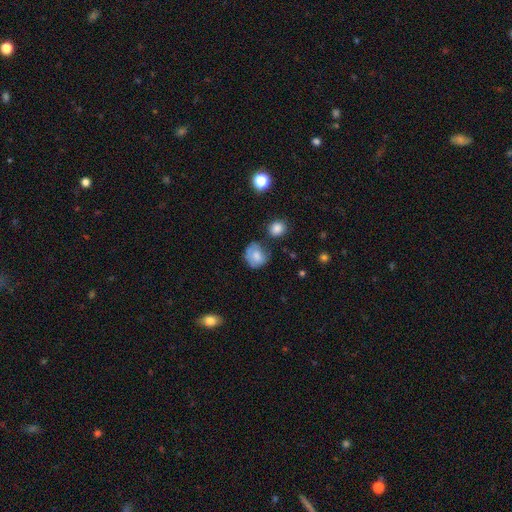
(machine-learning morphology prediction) This appears to be a smooth galaxy with no disk features (71%) that is round (66%). Merging: none (50%).